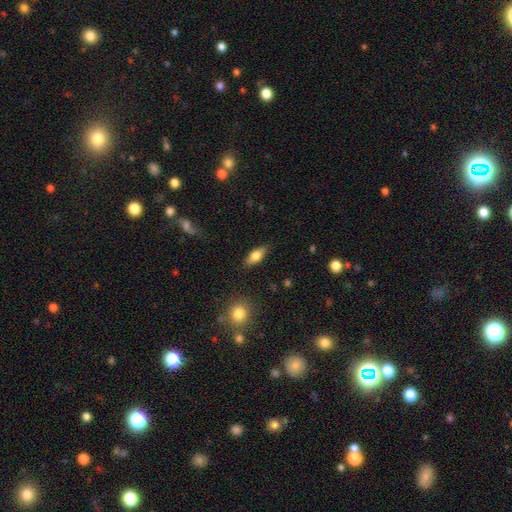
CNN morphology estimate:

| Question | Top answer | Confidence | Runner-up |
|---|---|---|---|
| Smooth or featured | smooth | 68% | featured or disk (25%) |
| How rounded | in between | 76% | cigar-shaped (20%) |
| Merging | none | 85% | minor disturbance (11%) |